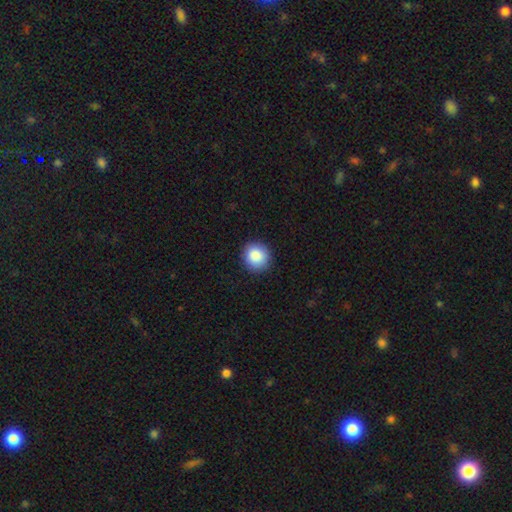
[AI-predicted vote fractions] Q: Smooth or featured?
A: smooth (88%); runner-up: star or artifact (8%)
Q: How rounded?
A: round (88%); runner-up: in between (11%)
Q: Merging?
A: none (90%); runner-up: minor disturbance (7%)